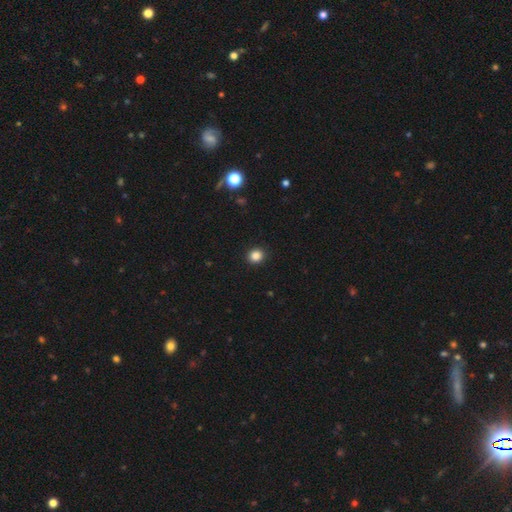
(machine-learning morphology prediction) Smooth or featured?
  - smooth: 85% *
  - star or artifact: 11%
  - featured or disk: 3%
How rounded?
  - round: 83% *
  - in between: 16%
  - cigar-shaped: 1%
Merging?
  - none: 92% *
  - minor disturbance: 5%
  - major disturbance: 2%
  - merger: 1%